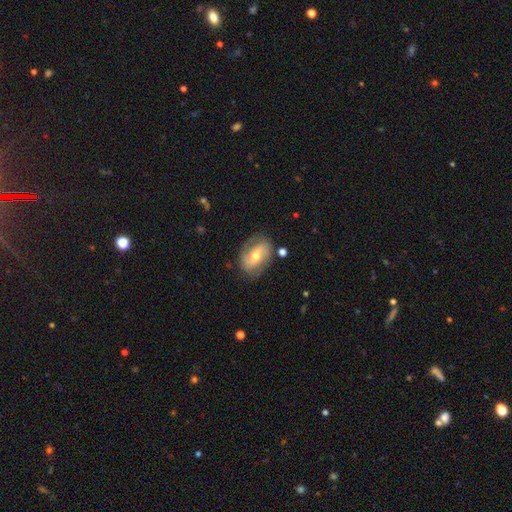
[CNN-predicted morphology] Smooth or featured?
  - featured or disk: 73% *
  - smooth: 21%
  - star or artifact: 7%
Edge-on disk?
  - no: 96% *
  - yes: 4%
Bar?
  - no: 41% *
  - weak: 39%
  - strong: 20%
Spiral arms?
  - yes: 87% *
  - no: 13%
Spiral winding?
  - medium: 42% *
  - tight: 34%
  - loose: 24%
Spiral arm count?
  - 2: 79% *
  - can't tell: 11%
  - 1: 5%
  - 3: 3%
  - 4: 1%
  - more than 4: 1%
Bulge size?
  - moderate: 59% *
  - small: 36%
  - large: 3%
  - none: 1%
  - dominant: 1%
Merging?
  - none: 75% *
  - minor disturbance: 17%
  - major disturbance: 6%
  - merger: 2%